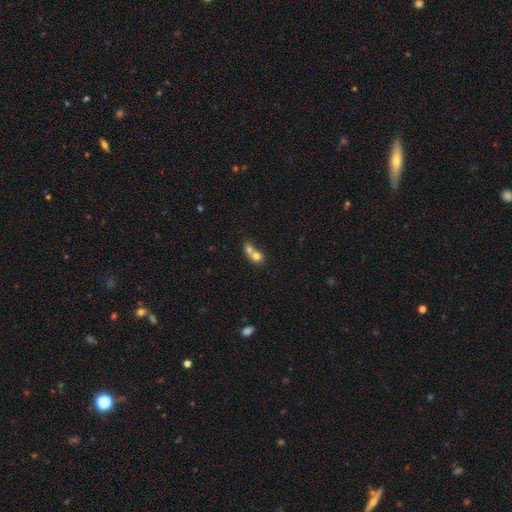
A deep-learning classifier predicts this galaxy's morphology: type=smooth (72%); roundness=round (66%); merging=merger (71%).